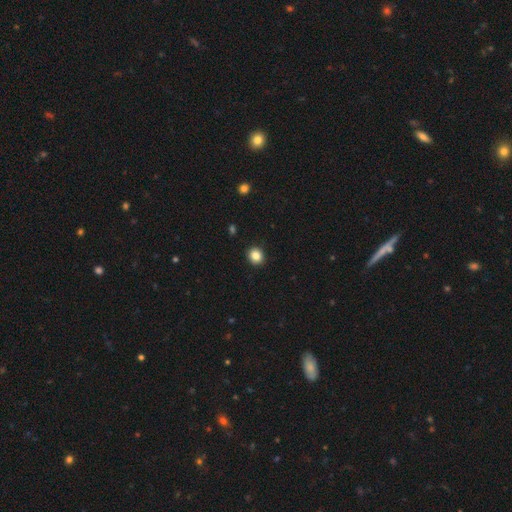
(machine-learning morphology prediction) A smooth galaxy with no disk features (85%) that is round (75%). Merging: none (91%).